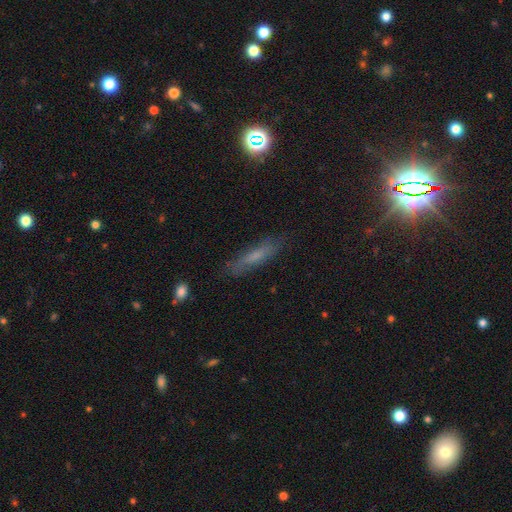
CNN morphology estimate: This appears to be a smooth galaxy with no disk features (57%) that is cigar-shaped (80%). Merging: none (81%).